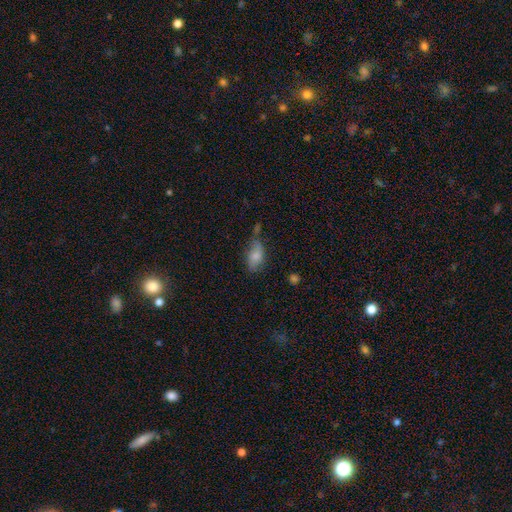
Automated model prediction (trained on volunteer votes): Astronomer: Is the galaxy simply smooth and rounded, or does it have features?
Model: smooth — 75%.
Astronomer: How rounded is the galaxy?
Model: in between — 90%.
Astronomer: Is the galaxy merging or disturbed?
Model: none — 48% (runner-up: minor disturbance, 30%).